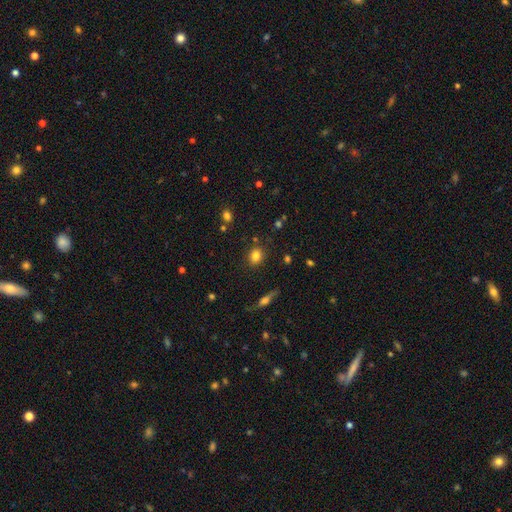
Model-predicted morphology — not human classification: Q: Smooth or featured?
A: smooth (80%); runner-up: star or artifact (12%)
Q: How rounded?
A: round (66%); runner-up: in between (33%)
Q: Merging?
A: none (85%); runner-up: minor disturbance (9%)